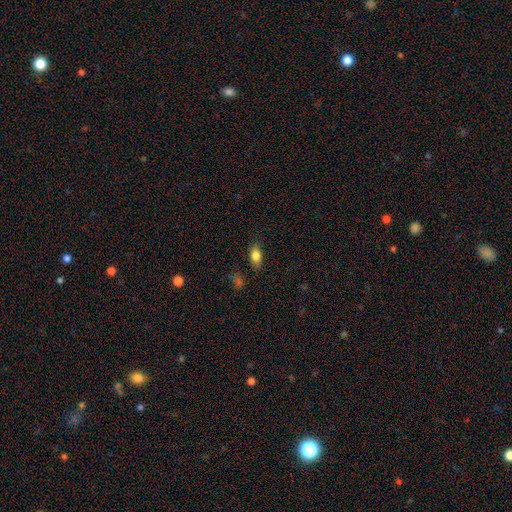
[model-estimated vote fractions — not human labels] Smooth or featured: smooth — 81% (featured or disk — 10%)
How rounded: in between — 81% (round — 13%)
Merging: none — 79% (minor disturbance — 16%)